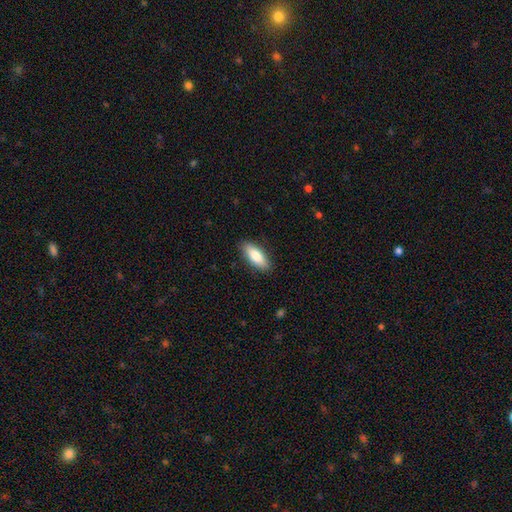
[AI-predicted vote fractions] smooth-or-featured: smooth: 82% | featured or disk: 12% | star or artifact: 6%
  how-rounded: in between: 73% | cigar-shaped: 26% | round: 2%
  merging: none: 88% | minor disturbance: 9% | major disturbance: 2% | merger: 1%